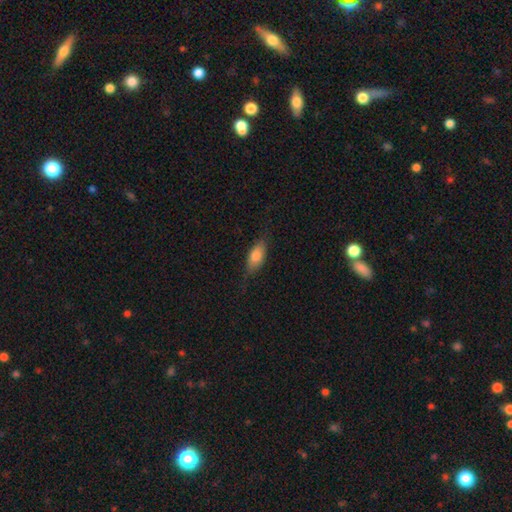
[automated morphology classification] Overall: smooth (78%). How rounded: in between (84%). Merging: none (71%).